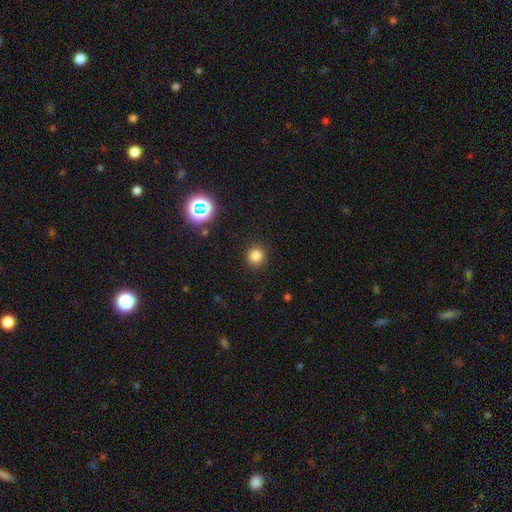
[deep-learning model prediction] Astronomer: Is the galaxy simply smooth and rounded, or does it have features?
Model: smooth — 80%.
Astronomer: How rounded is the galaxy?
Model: round — 91%.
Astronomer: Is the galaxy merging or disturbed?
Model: none — 90%.